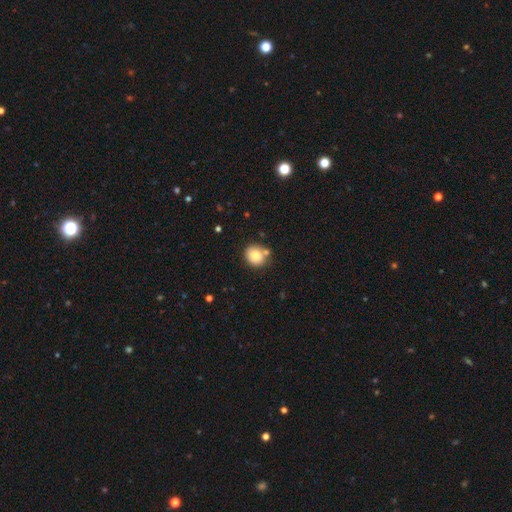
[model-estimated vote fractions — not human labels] Q: Smooth or featured?
A: smooth (81%); runner-up: featured or disk (10%)
Q: How rounded?
A: round (74%); runner-up: in between (25%)
Q: Merging?
A: none (68%); runner-up: minor disturbance (14%)